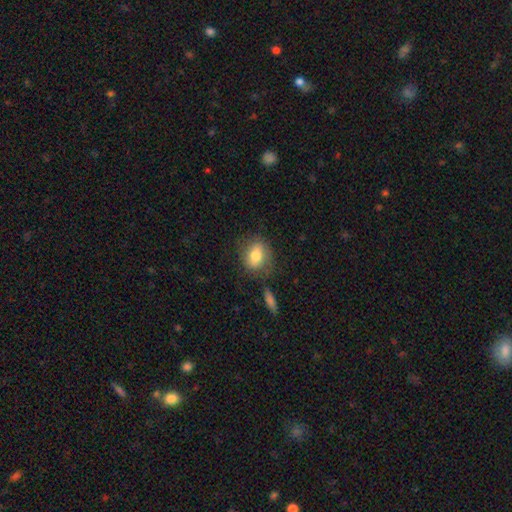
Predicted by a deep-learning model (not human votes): A smooth galaxy with no disk features (76%) that is in between round and cigar-shaped (55%).

Vote fractions:
- Smooth or featured? smooth: 76% / featured or disk: 16% / star or artifact: 8%
- How rounded? in between: 55% / round: 43% / cigar-shaped: 2%
- Merging? none: 71% / minor disturbance: 18% / major disturbance: 6% / merger: 5%